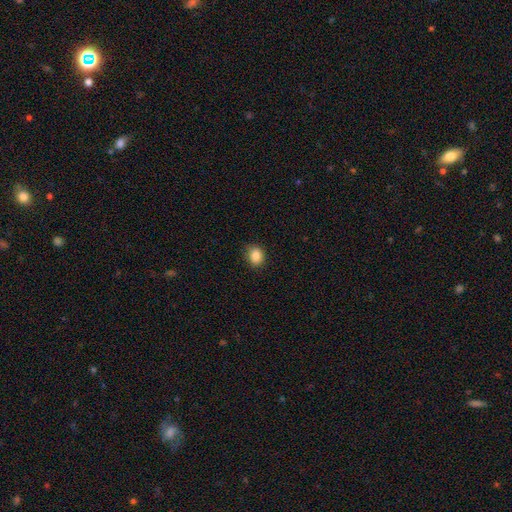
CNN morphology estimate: Smooth or featured?
  - smooth: 87% *
  - star or artifact: 9%
  - featured or disk: 4%
How rounded?
  - round: 54% *
  - in between: 45%
  - cigar-shaped: 1%
Merging?
  - none: 85% *
  - minor disturbance: 12%
  - major disturbance: 3%
  - merger: 1%